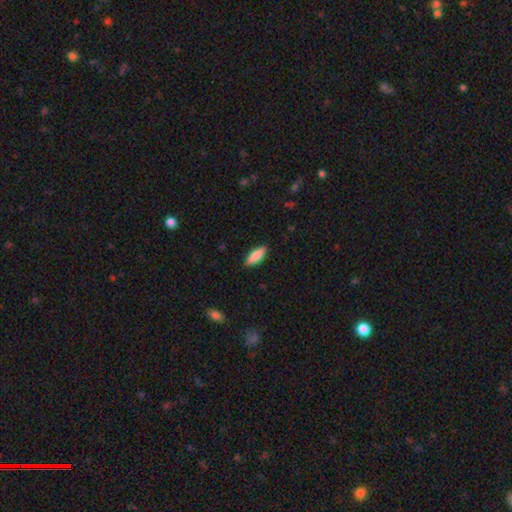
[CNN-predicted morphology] Smooth or featured? Predicted: smooth (p=0.85). How rounded? Predicted: in between (p=0.65). Merging? Predicted: none (p=0.88).